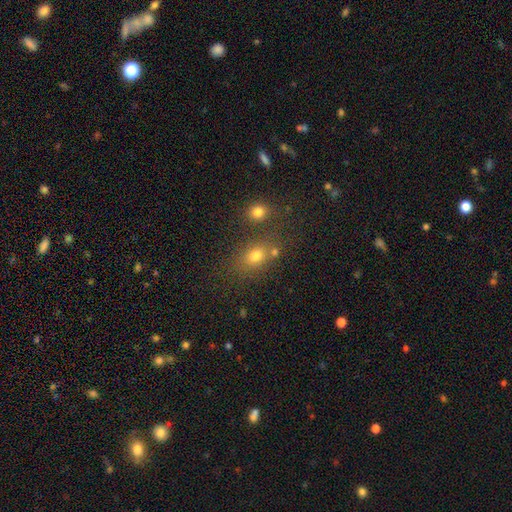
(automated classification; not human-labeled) smooth-or-featured: smooth: 72% | star or artifact: 17% | featured or disk: 11%
  how-rounded: in between: 55% | round: 43% | cigar-shaped: 3%
  merging: none: 62% | merger: 20% | minor disturbance: 13% | major disturbance: 5%